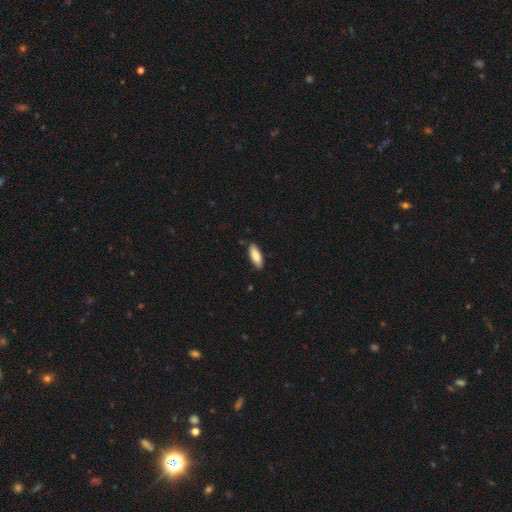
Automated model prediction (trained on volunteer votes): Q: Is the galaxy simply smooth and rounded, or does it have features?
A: smooth — 85%.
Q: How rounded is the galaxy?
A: in between — 70%.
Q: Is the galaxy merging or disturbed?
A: none — 86%.